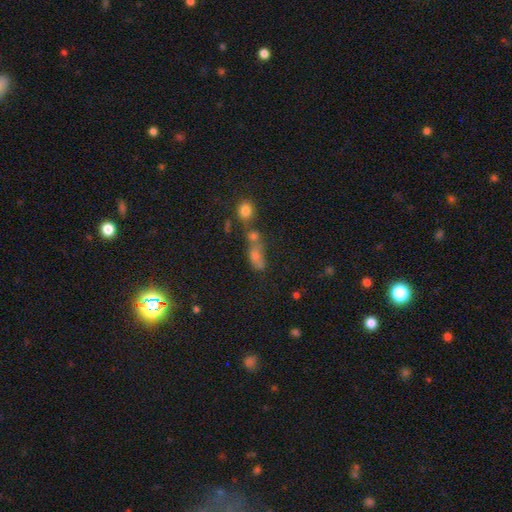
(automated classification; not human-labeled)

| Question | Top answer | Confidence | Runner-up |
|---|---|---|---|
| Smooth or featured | smooth | 54% | star or artifact (28%) |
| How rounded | in between | 57% | round (27%) |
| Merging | merger | 47% | none (30%) |